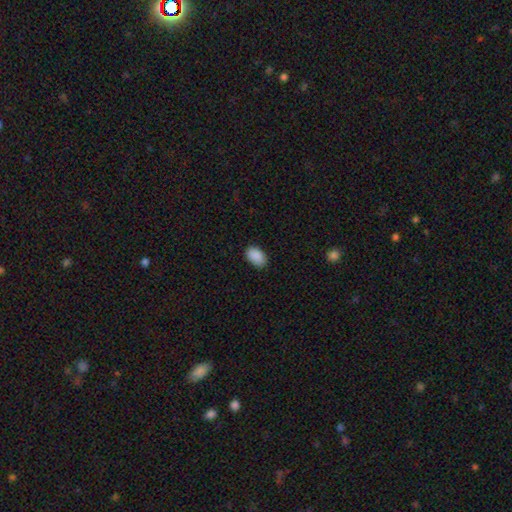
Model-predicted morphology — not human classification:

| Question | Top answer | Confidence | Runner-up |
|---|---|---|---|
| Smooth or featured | smooth | 90% | star or artifact (7%) |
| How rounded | in between | 90% | round (9%) |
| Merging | none | 86% | minor disturbance (11%) |